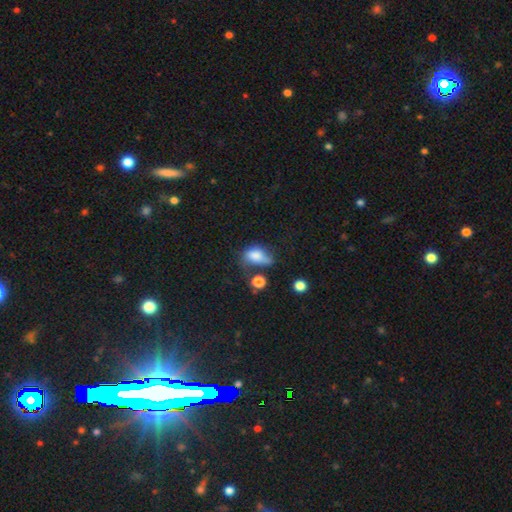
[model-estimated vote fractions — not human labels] This appears to be a smooth galaxy with no disk features (72%) that is in between round and cigar-shaped (80%). Merging: major disturbance (30%).